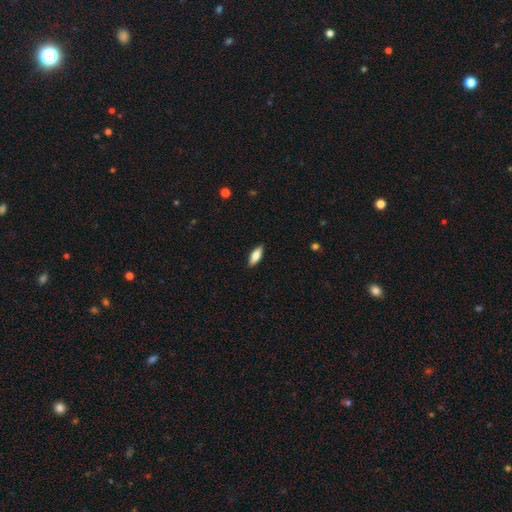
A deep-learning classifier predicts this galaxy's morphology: A smooth galaxy with no disk features (75%) that is in between round and cigar-shaped (68%). Merging: none (89%).